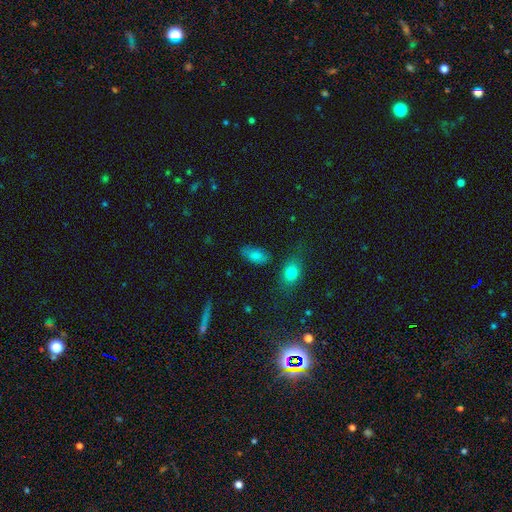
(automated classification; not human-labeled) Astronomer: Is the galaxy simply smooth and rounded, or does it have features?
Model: smooth — 81%.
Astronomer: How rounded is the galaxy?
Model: in between — 91%.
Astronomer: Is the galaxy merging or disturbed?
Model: none — 68%.